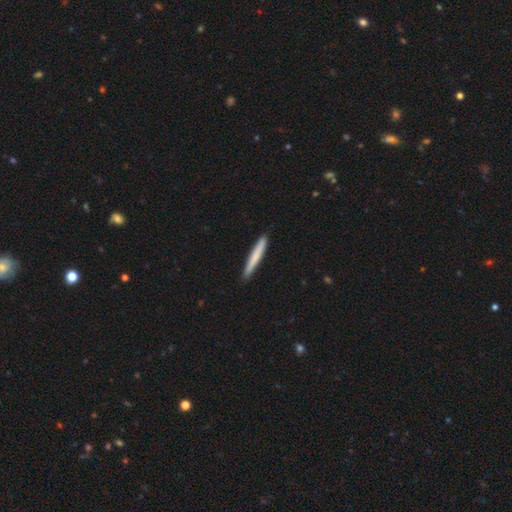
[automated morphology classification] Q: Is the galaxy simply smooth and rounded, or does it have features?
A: smooth — 72%.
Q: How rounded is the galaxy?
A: cigar-shaped — 96%.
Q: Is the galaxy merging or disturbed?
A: none — 90%.